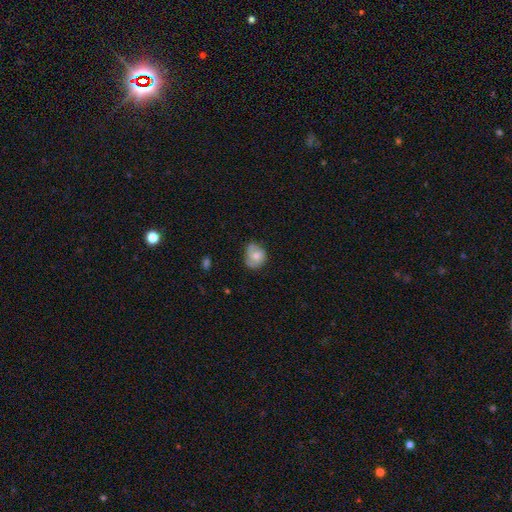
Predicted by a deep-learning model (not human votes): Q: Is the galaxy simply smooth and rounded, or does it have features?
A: smooth — 59%.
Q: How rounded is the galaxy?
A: round — 63%.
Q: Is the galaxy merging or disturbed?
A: none — 56%.